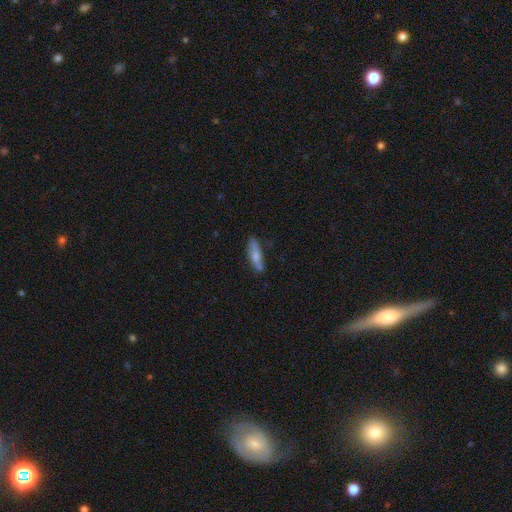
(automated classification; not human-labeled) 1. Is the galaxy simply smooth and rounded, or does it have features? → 68% smooth, 26% featured or disk, 6% star or artifact.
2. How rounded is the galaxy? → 60% cigar-shaped, 38% in between, 2% round.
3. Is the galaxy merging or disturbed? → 76% none, 19% minor disturbance, 3% major disturbance, 2% merger.